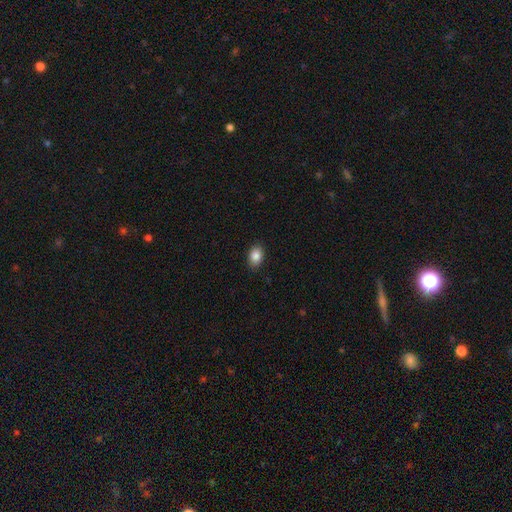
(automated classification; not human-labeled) smooth_or_featured: smooth (p=0.87) [alt: star or artifact p=0.08]
how_rounded: in between (p=0.81) [alt: round p=0.18]
merging: none (p=0.88) [alt: minor disturbance p=0.09]